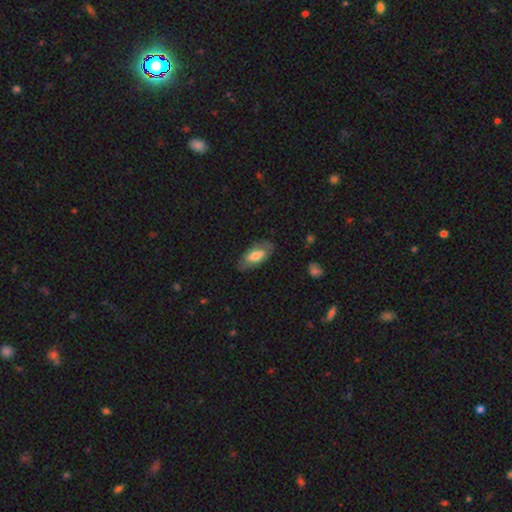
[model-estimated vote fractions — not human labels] smooth 62%, featured or disk 32%, star or artifact 6%. Down the decision tree: how rounded — in between (88%); merging — none (78%).